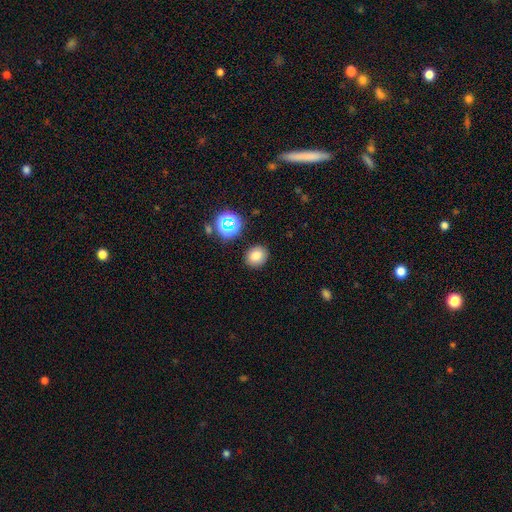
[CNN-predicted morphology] Smooth or featured?
  - smooth: 76% *
  - star or artifact: 15%
  - featured or disk: 9%
How rounded?
  - round: 64% *
  - in between: 35%
  - cigar-shaped: 1%
Merging?
  - none: 87% *
  - minor disturbance: 8%
  - major disturbance: 3%
  - merger: 2%